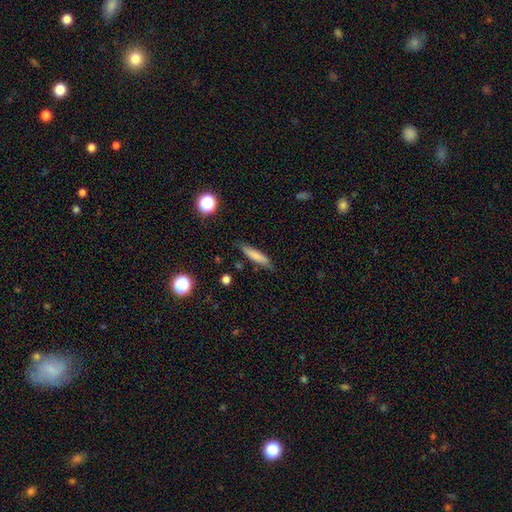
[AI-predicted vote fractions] The model was most divided on "smooth or featured": smooth: 78%, featured or disk: 15%, star or artifact: 7%. More confident: how rounded — cigar-shaped (83%); merging — none (82%).